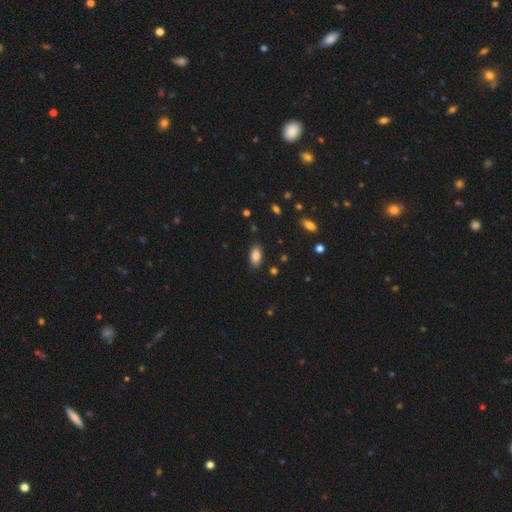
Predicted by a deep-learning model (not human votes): This is clearly a smooth galaxy (85%). How rounded: clearly in between (91%). Merging: clearly none (86%).